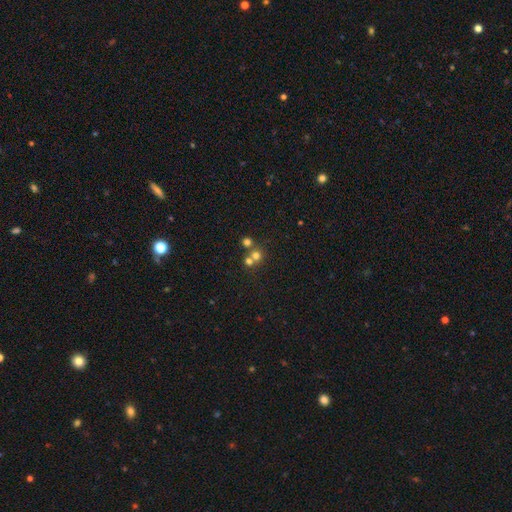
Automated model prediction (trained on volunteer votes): Morphology: type=smooth (66%); roundness=round (89%); merging=none (49%).